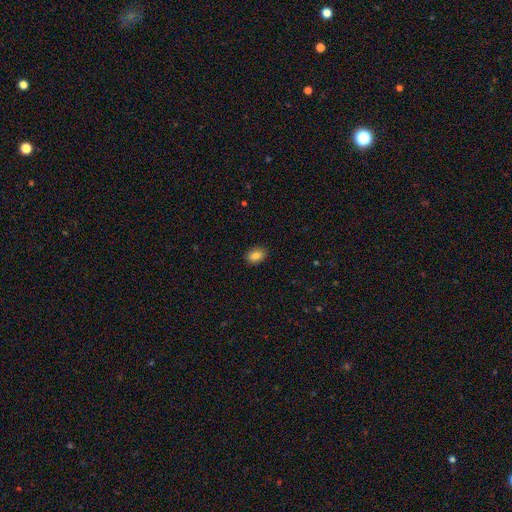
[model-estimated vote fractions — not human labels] Smooth or featured: smooth — 84% (star or artifact — 9%)
How rounded: in between — 74% (round — 25%)
Merging: none — 88% (minor disturbance — 9%)